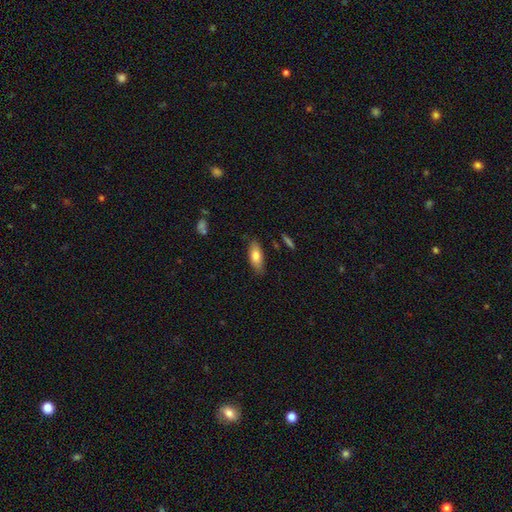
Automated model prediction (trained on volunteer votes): Smooth or featured? Predicted: smooth (p=0.78). How rounded? Predicted: in between (p=0.80). Merging? Predicted: none (p=0.82).